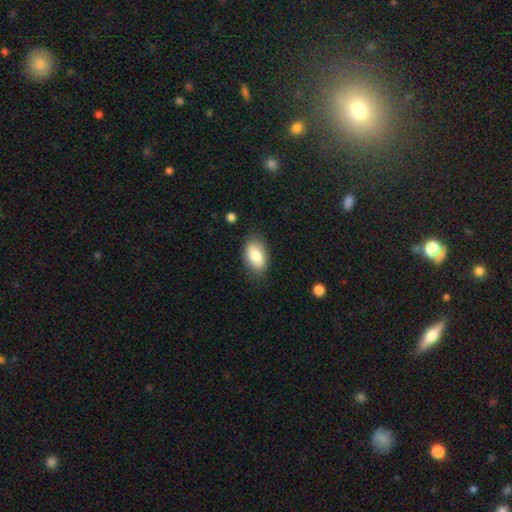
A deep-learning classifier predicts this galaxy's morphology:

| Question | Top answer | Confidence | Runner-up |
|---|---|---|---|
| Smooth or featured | smooth | 80% | featured or disk (13%) |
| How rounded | in between | 89% | round (9%) |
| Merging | none | 81% | minor disturbance (14%) |